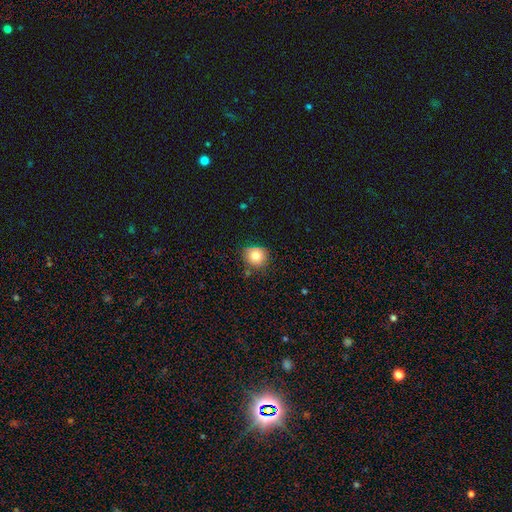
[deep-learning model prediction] smooth 81%, star or artifact 11%, featured or disk 9%. Down the decision tree: how rounded — round (87%); merging — none (78%).